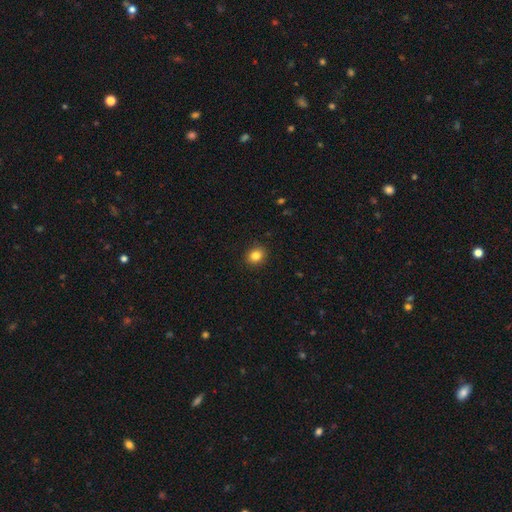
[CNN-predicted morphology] Smooth or featured?
  - smooth: 84% *
  - star or artifact: 11%
  - featured or disk: 5%
How rounded?
  - round: 67% *
  - in between: 32%
  - cigar-shaped: 1%
Merging?
  - none: 90% *
  - minor disturbance: 7%
  - major disturbance: 2%
  - merger: 1%